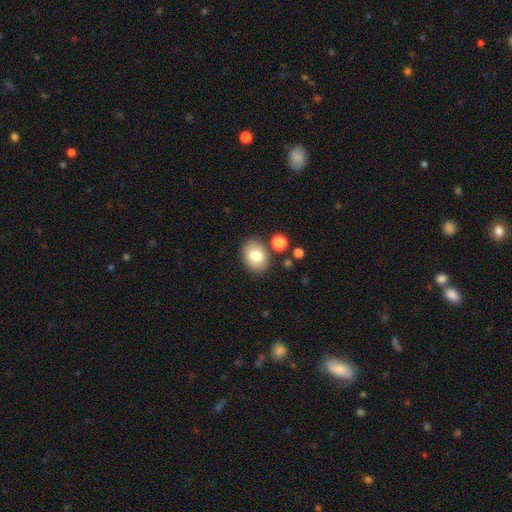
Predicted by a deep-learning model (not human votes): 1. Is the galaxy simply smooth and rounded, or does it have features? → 80% smooth, 12% featured or disk, 9% star or artifact.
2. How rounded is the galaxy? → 63% in between, 36% round, 1% cigar-shaped.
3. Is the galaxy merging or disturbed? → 81% none, 11% minor disturbance, 5% merger, 3% major disturbance.